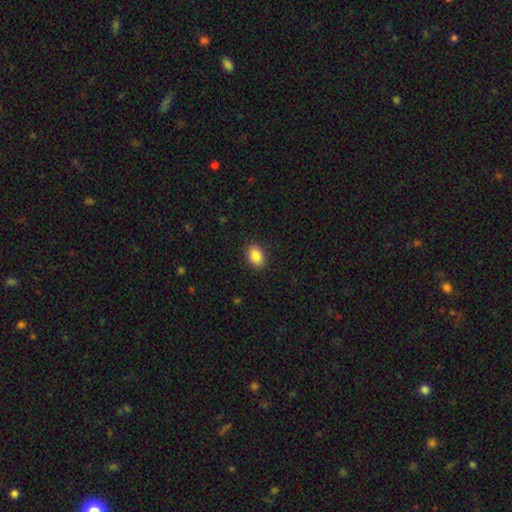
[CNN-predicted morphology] Smooth or featured: smooth — 87% (star or artifact — 8%)
How rounded: in between — 75% (round — 24%)
Merging: none — 88% (minor disturbance — 8%)